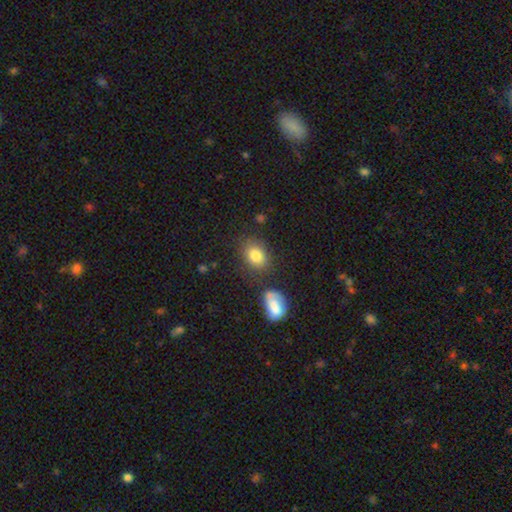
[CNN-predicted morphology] This appears to be a smooth galaxy with no disk features (81%) that is in between round and cigar-shaped (65%). Merging: none (75%).